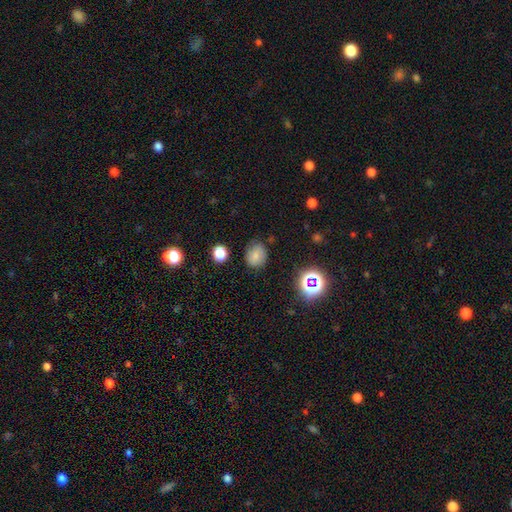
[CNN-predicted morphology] type=smooth (71%); roundness=round (64%); merging=none (75%).